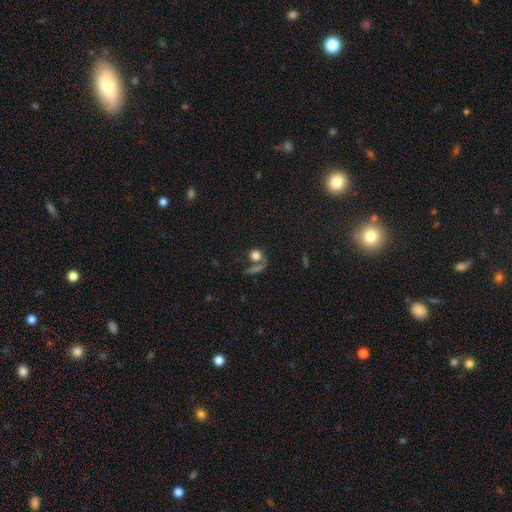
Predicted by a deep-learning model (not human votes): Morphology: type=smooth (74%); roundness=round (79%); merging=none (49%).